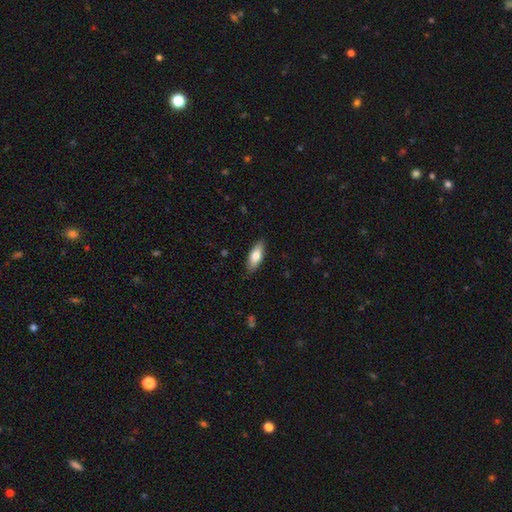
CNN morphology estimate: smooth 76%, featured or disk 18%, star or artifact 6%. Down the decision tree: how rounded — in between (70%); merging — none (87%).